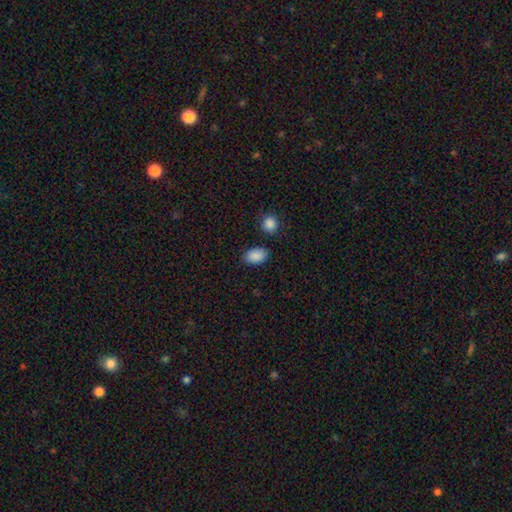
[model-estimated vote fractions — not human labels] This appears to be a smooth galaxy with no disk features (90%) that is in between round and cigar-shaped (88%). Merging: none (83%).